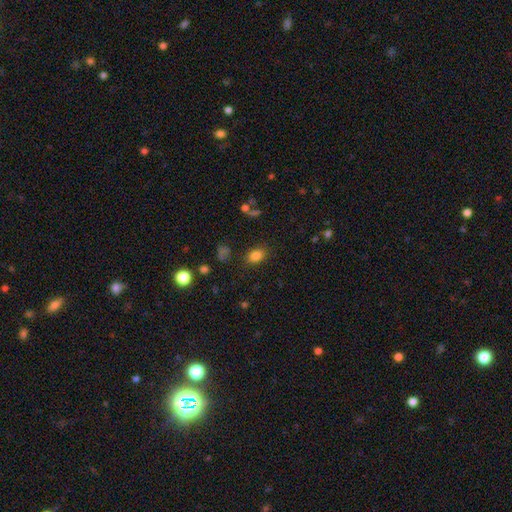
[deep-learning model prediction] smooth_or_featured: smooth (p=0.82) [alt: star or artifact p=0.12]
how_rounded: in between (p=0.77) [alt: round p=0.21]
merging: none (p=0.82) [alt: minor disturbance p=0.11]